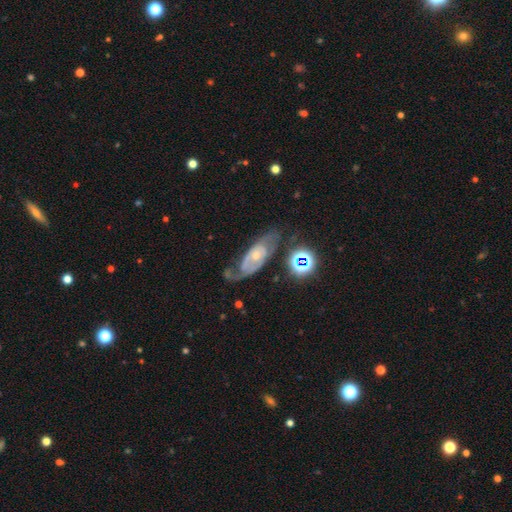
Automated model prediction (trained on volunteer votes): Smooth or featured? Predicted: featured or disk (p=0.71). Edge-on disk? Predicted: no (p=0.88). Bar? Predicted: no (p=0.73). Spiral arms? Predicted: yes (p=0.77). Bulge size? Predicted: small (p=0.54). Merging? Predicted: none (p=0.46).